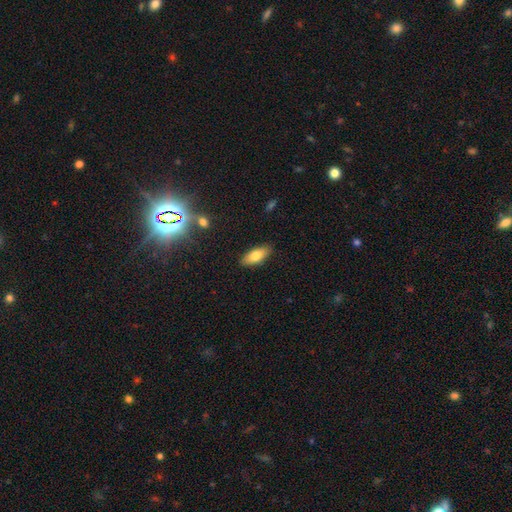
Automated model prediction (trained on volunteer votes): This is likely a smooth galaxy (75%). How rounded: likely in between (78%). Merging: clearly none (87%).